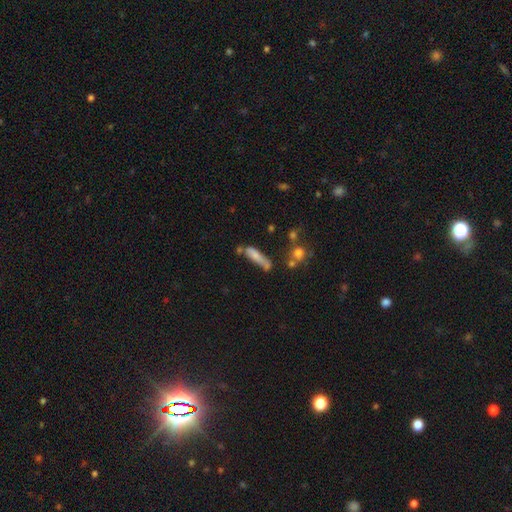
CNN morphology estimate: Overall: smooth (68%). How rounded: cigar-shaped (69%). Merging: none (40%; minor disturbance 26%).